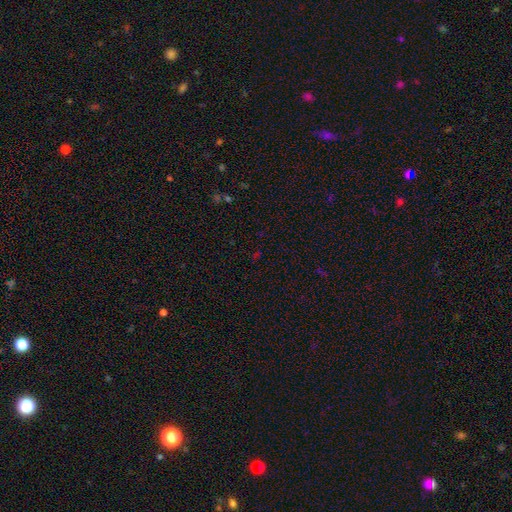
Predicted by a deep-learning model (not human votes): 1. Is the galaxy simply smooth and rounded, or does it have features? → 65% star or artifact, 27% smooth, 8% featured or disk.